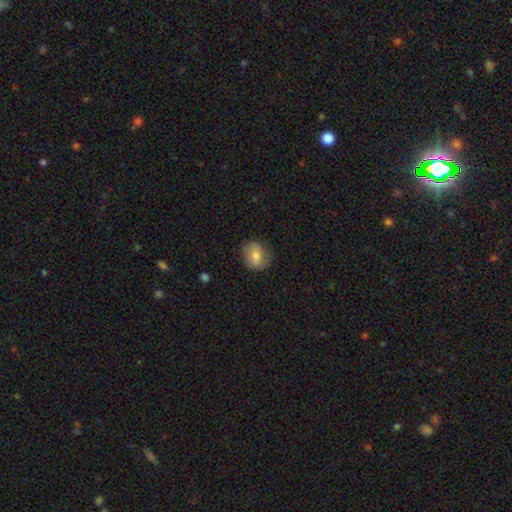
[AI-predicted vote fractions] Overall: smooth (72%). How rounded: round (67%; in between 32%). Merging: none (81%).